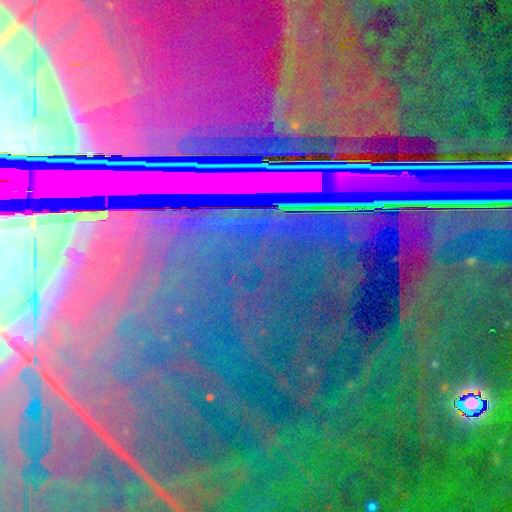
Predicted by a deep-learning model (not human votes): A star or artifact, not a galaxy (88%).

Vote fractions:
- Smooth or featured? star or artifact: 88% / featured or disk: 7% / smooth: 5%